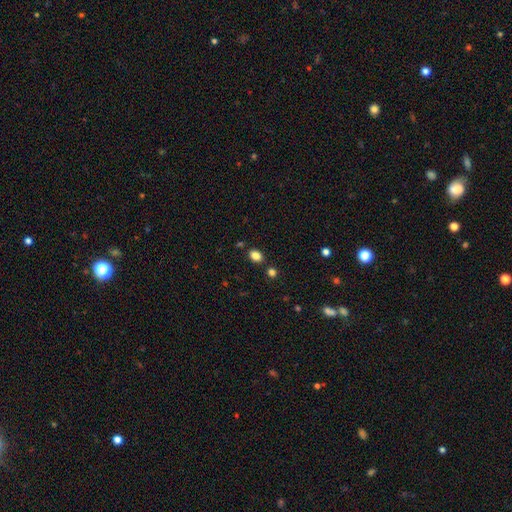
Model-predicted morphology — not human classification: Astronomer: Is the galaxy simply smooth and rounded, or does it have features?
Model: smooth — 83%.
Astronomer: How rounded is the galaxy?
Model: in between — 69%.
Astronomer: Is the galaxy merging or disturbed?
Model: none — 83%.